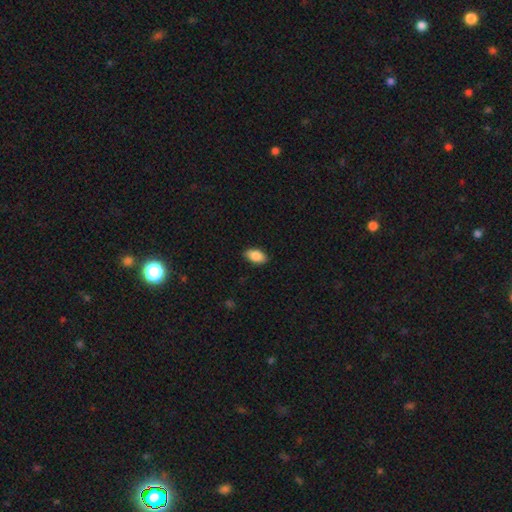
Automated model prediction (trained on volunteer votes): Overall: smooth (88%). How rounded: in between (93%). Merging: none (88%).